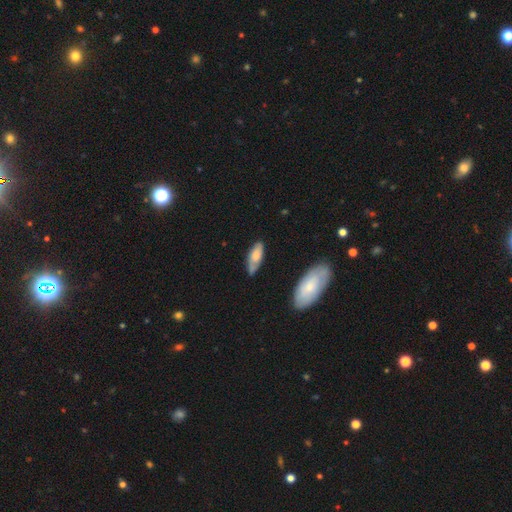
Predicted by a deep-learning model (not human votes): Smooth or featured? smooth (68%)
How rounded? in between (73%)
Merging? none (65%)